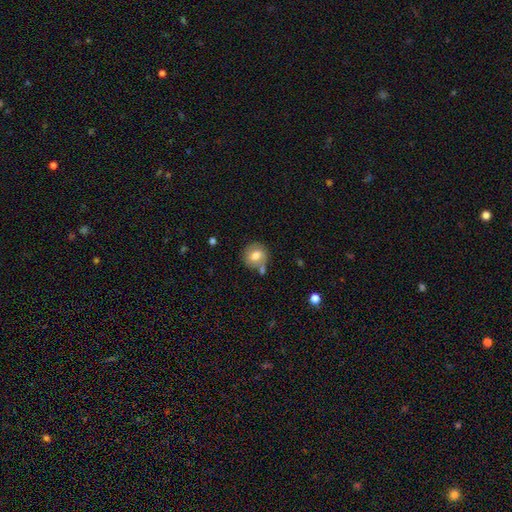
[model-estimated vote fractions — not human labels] A smooth galaxy with no disk features (72%) that is round (82%). Merging: none (65%).